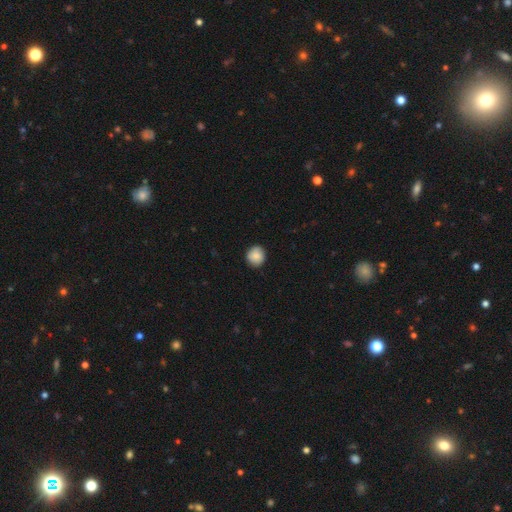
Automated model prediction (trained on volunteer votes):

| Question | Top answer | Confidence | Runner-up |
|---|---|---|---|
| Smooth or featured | smooth | 87% | star or artifact (7%) |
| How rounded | round | 90% | in between (9%) |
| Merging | none | 90% | minor disturbance (7%) |